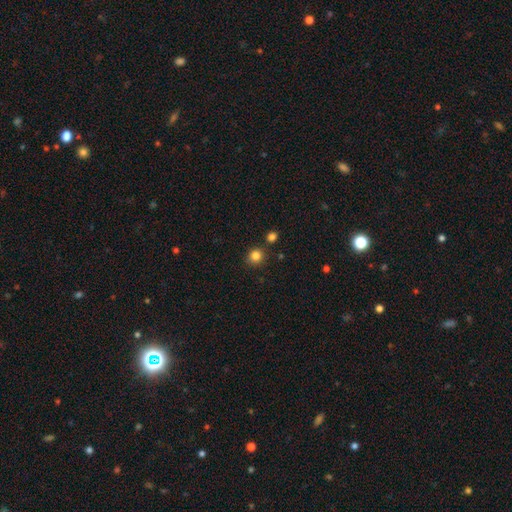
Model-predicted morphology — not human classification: A smooth galaxy with no disk features (84%) that is round (88%).

Vote fractions:
- Smooth or featured? smooth: 84% / star or artifact: 12% / featured or disk: 4%
- How rounded? round: 88% / in between: 11% / cigar-shaped: 1%
- Merging? none: 84% / minor disturbance: 8% / merger: 6% / major disturbance: 2%